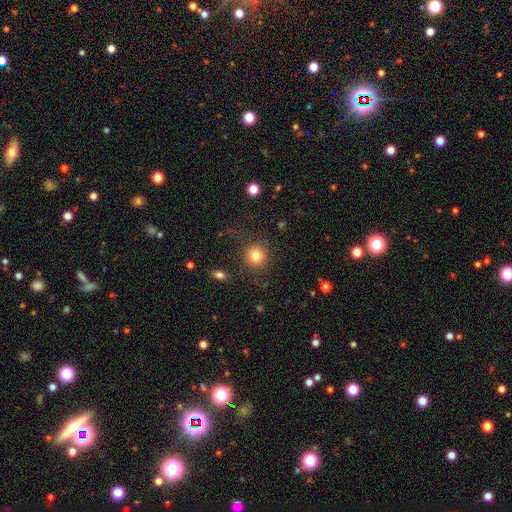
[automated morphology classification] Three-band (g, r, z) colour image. It shows a smooth galaxy with no disk features (82%) that is round (90%). Merging: none (86%).